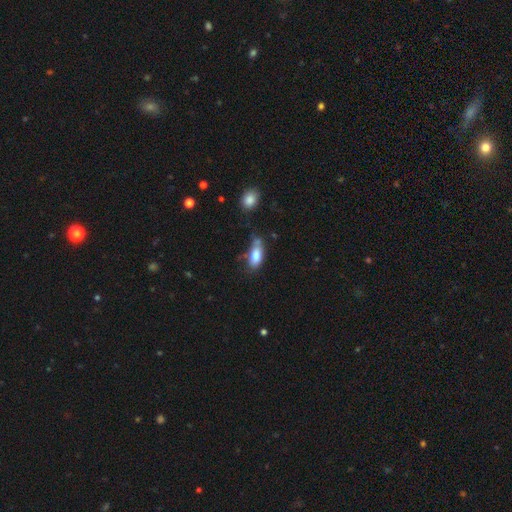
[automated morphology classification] smooth-or-featured: smooth: 80% | featured or disk: 13% | star or artifact: 8%
  how-rounded: in between: 87% | cigar-shaped: 10% | round: 3%
  merging: none: 46% | minor disturbance: 31% | major disturbance: 11% | merger: 11%